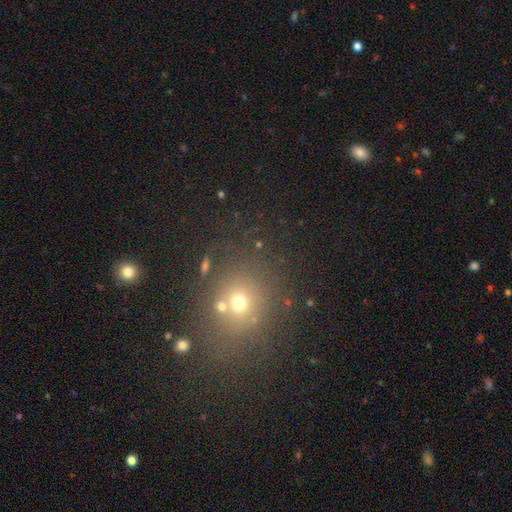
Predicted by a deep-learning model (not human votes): Smooth or featured?
  - smooth: 47% *
  - star or artifact: 42%
  - featured or disk: 11%
Merging?
  - none: 80% *
  - minor disturbance: 9%
  - merger: 7%
  - major disturbance: 4%